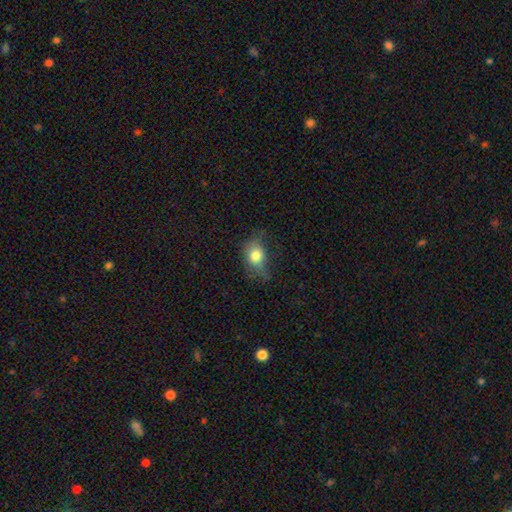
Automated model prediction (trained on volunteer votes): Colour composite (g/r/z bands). It shows a smooth galaxy with no disk features (77%) that is in between round and cigar-shaped (65%). Merging: none (47%).